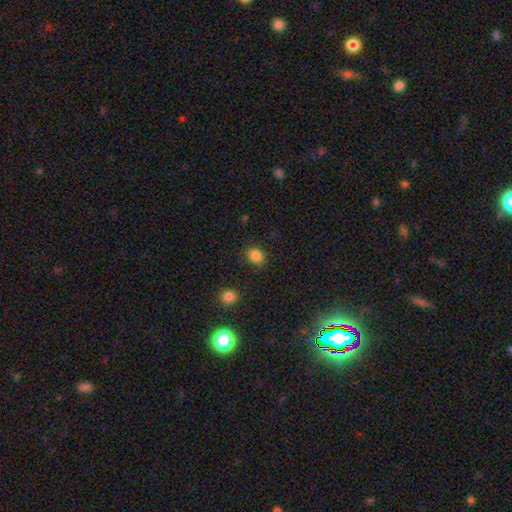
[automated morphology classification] Smooth or featured? Predicted: smooth (p=0.85). How rounded? Predicted: round (p=0.50). Merging? Predicted: none (p=0.83).